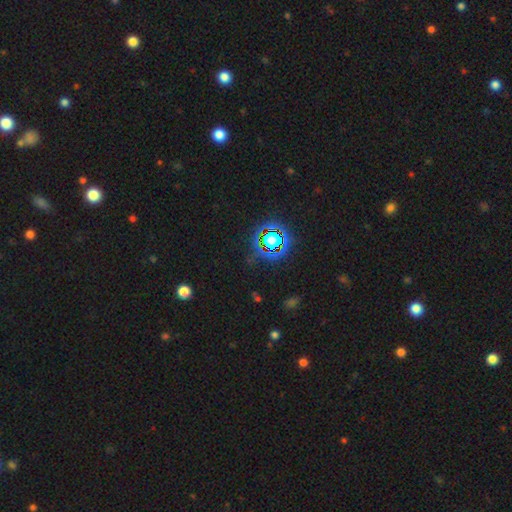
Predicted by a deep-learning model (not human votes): Morphology: type=star or artifact (78%).